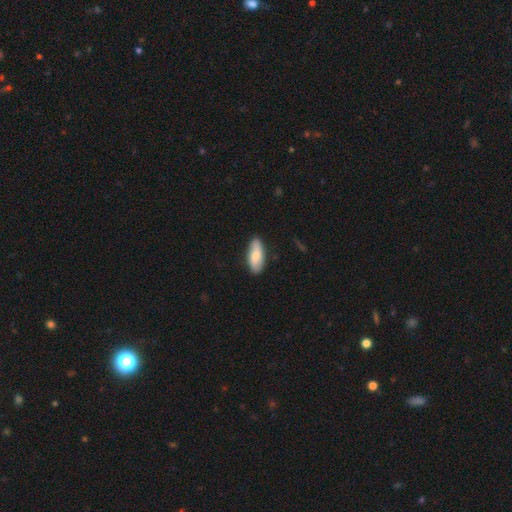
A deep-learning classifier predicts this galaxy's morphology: Overall: smooth (77%). How rounded: in between (76%). Merging: none (85%).